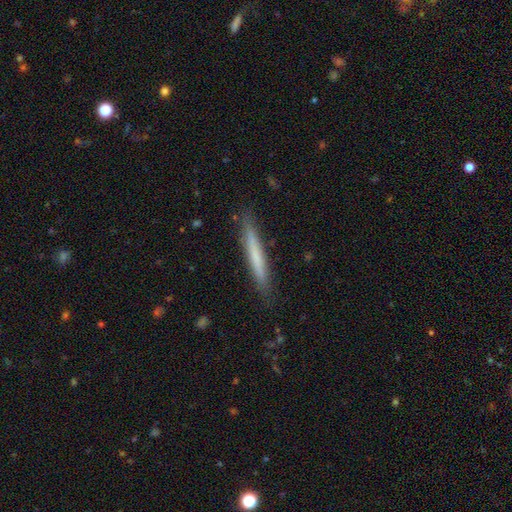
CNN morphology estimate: Overall: smooth (64%; featured or disk 30%). How rounded: cigar-shaped (96%). Merging: none (88%).